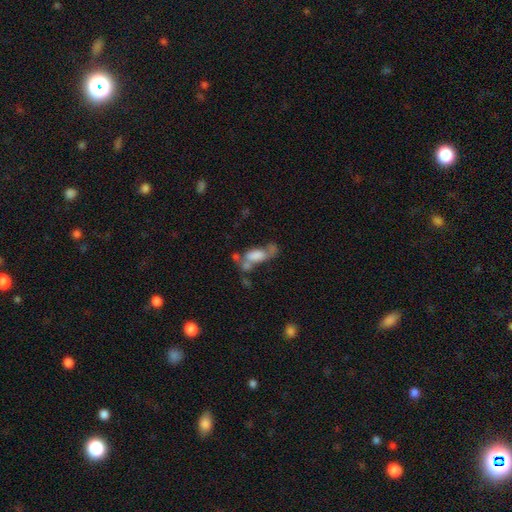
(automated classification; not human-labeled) This is possibly a smooth galaxy (58%). How rounded: likely in between (79%). Merging: marginally merger (38%).